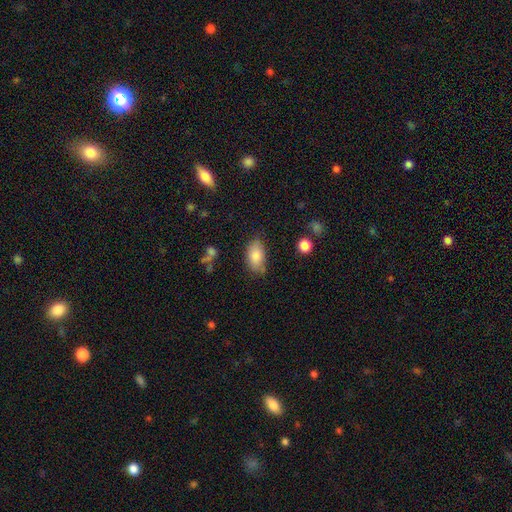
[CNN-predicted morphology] A smooth galaxy with no disk features (83%) that is in between round and cigar-shaped (92%).

Vote fractions:
- Smooth or featured? smooth: 83% / featured or disk: 9% / star or artifact: 8%
- How rounded? in between: 92% / round: 6% / cigar-shaped: 2%
- Merging? none: 69% / minor disturbance: 23% / major disturbance: 5% / merger: 3%